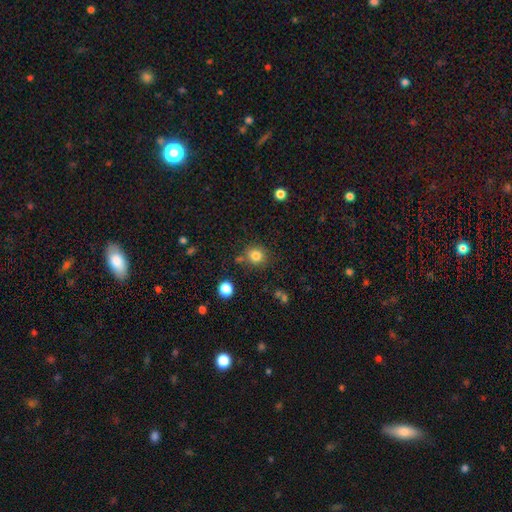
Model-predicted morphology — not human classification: Smooth or featured? Predicted: smooth (p=0.82). How rounded? Predicted: round (p=0.81). Merging? Predicted: none (p=0.78).